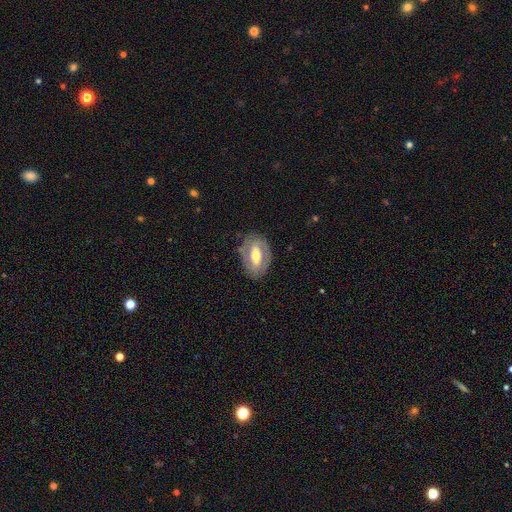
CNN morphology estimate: Smooth or featured? featured or disk (58%)
Edge-on disk? no (90%)
Bar? strong (36%)
Spiral arms? no (57%)
Bulge size? moderate (66%)
Merging? none (78%)